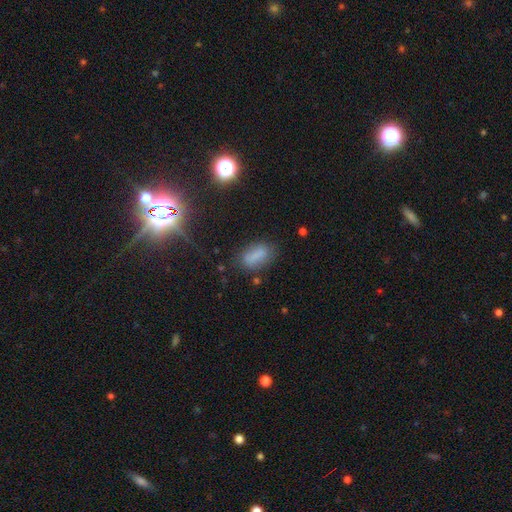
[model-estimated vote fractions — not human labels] This is likely a smooth galaxy (73%). How rounded: clearly in between (83%). Merging: likely none (70%).